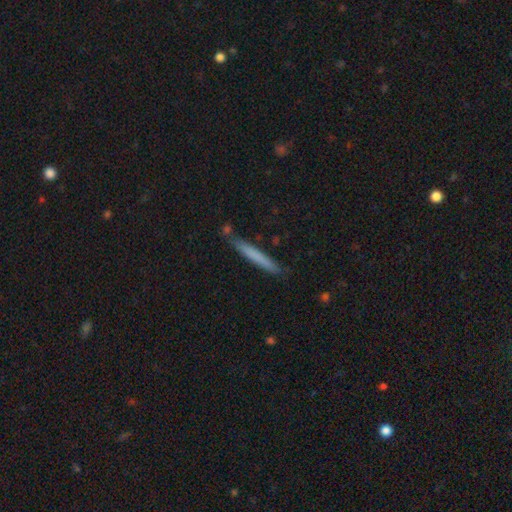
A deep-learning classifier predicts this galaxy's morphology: Smooth or featured? smooth (69%)
How rounded? cigar-shaped (96%)
Merging? none (83%)